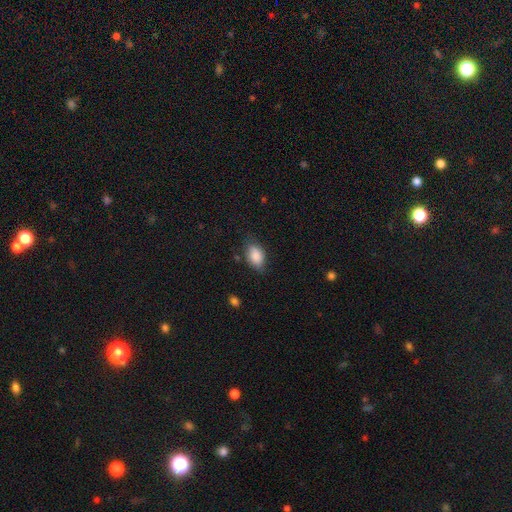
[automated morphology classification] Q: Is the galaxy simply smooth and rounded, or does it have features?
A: smooth — 86%.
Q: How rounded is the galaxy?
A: in between — 88%.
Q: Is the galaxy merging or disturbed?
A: none — 68%.